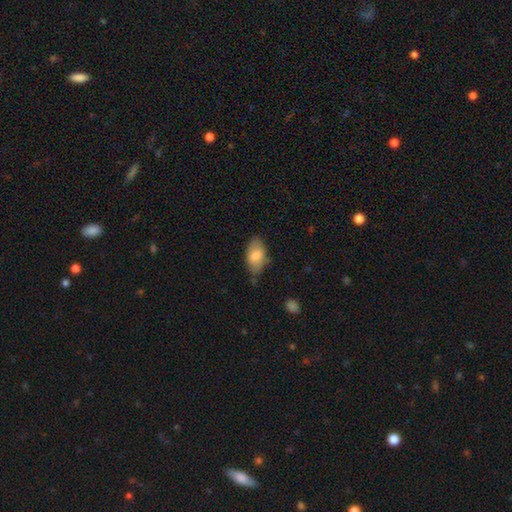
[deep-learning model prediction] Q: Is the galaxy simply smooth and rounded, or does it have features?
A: smooth — 78%.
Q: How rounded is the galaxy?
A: in between — 93%.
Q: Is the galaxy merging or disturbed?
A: none — 68%.